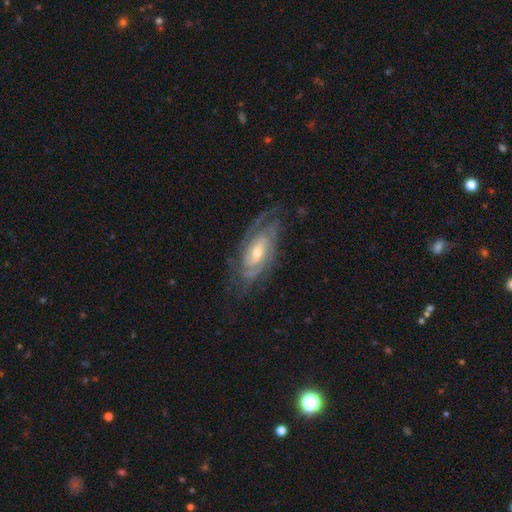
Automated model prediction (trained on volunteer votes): Morphology: type=featured or disk (85%); edge-on=no (92%); bar=no (50%); spiral arms=yes (95%); winding=tight (62%); arm count=2 (36%); bulge=moderate (48%); merging=none (75%).